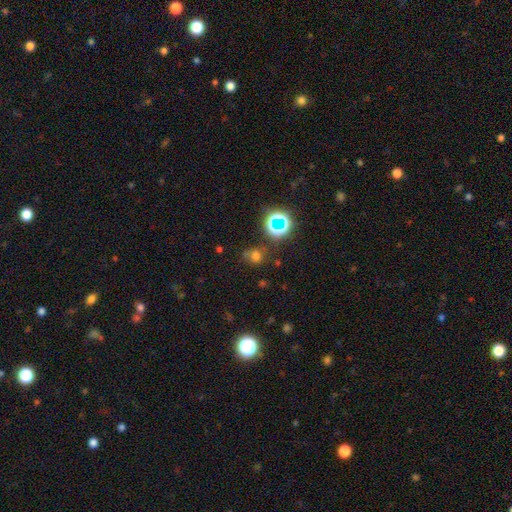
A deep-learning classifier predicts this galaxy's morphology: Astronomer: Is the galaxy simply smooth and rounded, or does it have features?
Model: smooth — 60%.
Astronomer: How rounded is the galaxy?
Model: round — 76%.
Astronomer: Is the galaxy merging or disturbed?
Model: none — 67%.